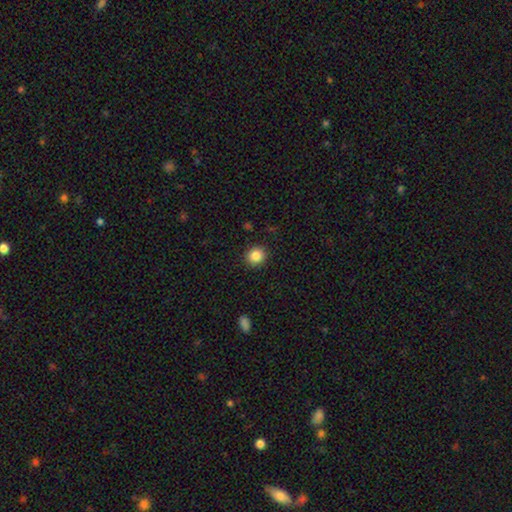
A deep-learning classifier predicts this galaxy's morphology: smooth 86%, star or artifact 9%, featured or disk 5%. Down the decision tree: how rounded — round (85%); merging — none (90%).